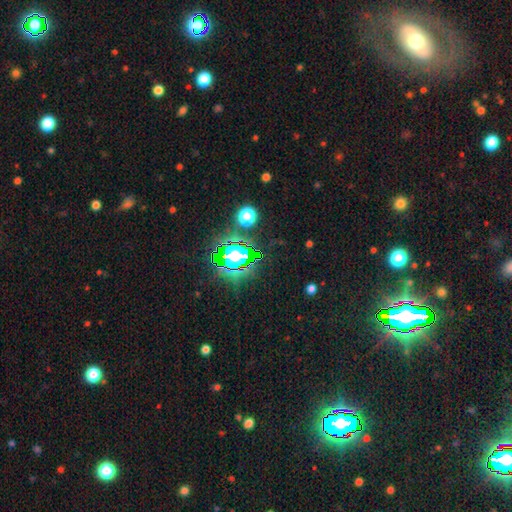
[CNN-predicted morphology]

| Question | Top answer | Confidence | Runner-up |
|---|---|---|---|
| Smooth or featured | star or artifact | 81% | smooth (12%) |